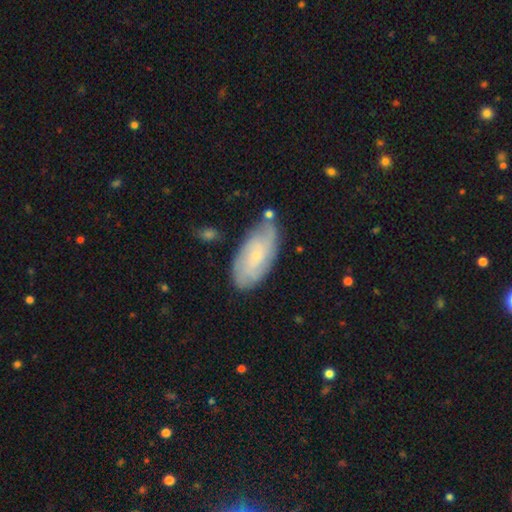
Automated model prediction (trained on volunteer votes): smooth-or-featured: featured or disk: 60% | smooth: 33% | star or artifact: 7%
  disk-edge-on: no: 92% | yes: 8%
    bar: no: 69% | weak: 27% | strong: 4%
    has-spiral-arms: yes: 87% | no: 13%
    bulge-size: small: 77% | moderate: 16% | none: 4% | large: 1% | dominant: 1%
  merging: none: 71% | minor disturbance: 20% | major disturbance: 5% | merger: 4%